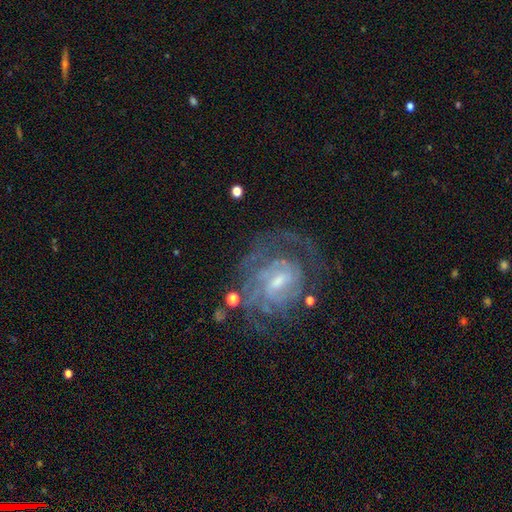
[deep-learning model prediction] A featured or disk galaxy (74%) with a weak bar (44%), tight (61%) spiral arms (83%) and a small central bulge (60%). Merging: none (66%).